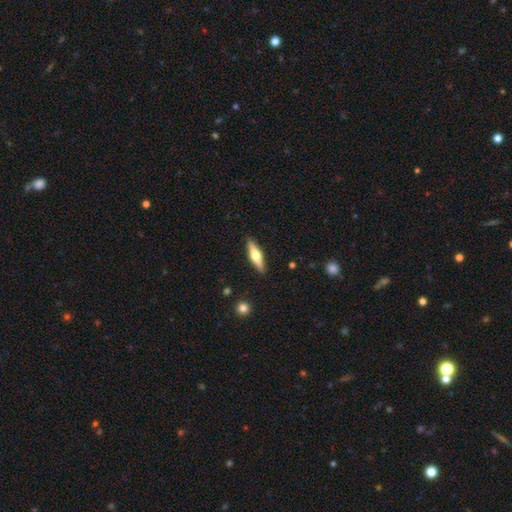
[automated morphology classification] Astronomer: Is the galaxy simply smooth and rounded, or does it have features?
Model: featured or disk — 51% (runner-up: smooth, 44%).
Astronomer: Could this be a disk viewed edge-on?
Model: yes — 94%.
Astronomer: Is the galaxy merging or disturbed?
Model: none — 89%.